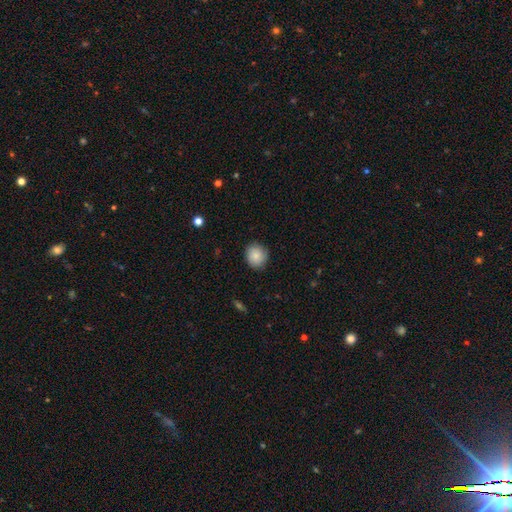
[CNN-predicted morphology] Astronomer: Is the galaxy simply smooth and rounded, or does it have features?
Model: smooth — 86%.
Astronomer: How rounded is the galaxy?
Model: round — 79%.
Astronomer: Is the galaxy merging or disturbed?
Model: none — 85%.